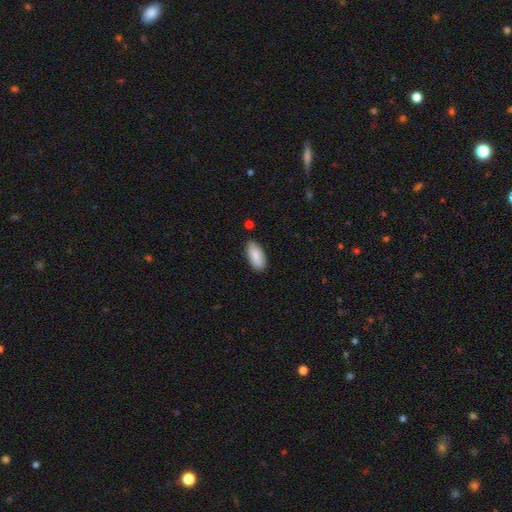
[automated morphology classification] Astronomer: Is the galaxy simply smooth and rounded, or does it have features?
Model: smooth — 86%.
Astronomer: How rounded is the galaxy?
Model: in between — 90%.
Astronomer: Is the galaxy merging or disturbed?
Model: none — 82%.